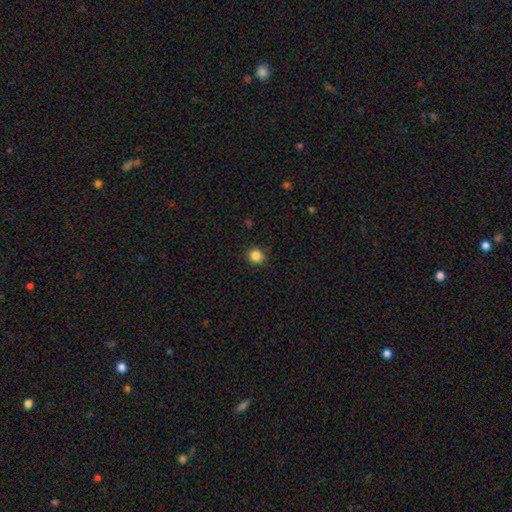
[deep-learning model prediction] Smooth or featured? smooth (85%)
How rounded? round (89%)
Merging? none (91%)